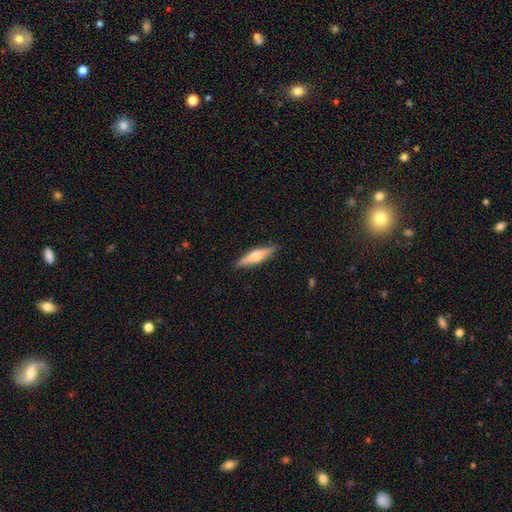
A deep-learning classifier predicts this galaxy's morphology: Smooth or featured?
  - featured or disk: 51% *
  - smooth: 43%
  - star or artifact: 6%
Edge-on disk?
  - yes: 95% *
  - no: 5%
Merging?
  - none: 89% *
  - minor disturbance: 8%
  - major disturbance: 2%
  - merger: 1%